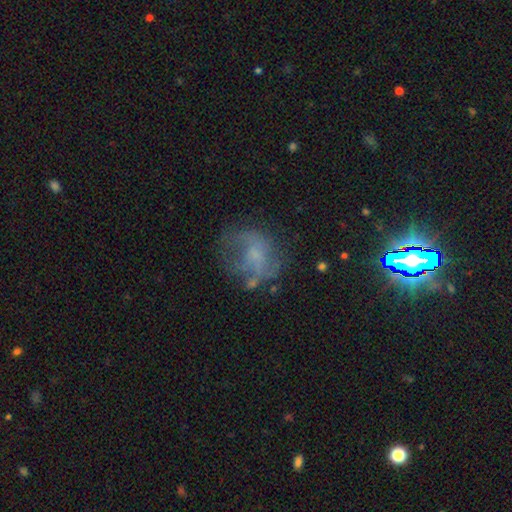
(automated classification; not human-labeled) Smooth or featured: featured or disk — 45% (smooth — 33%)
Merging: none — 47% (major disturbance — 27%)